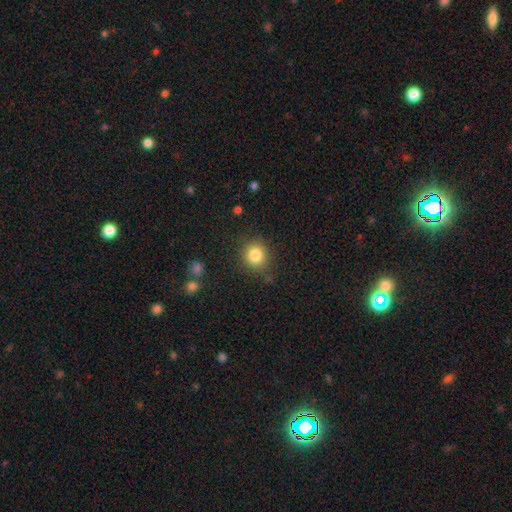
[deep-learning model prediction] Smooth or featured? Predicted: smooth (p=0.80). How rounded? Predicted: round (p=0.91). Merging? Predicted: none (p=0.89).